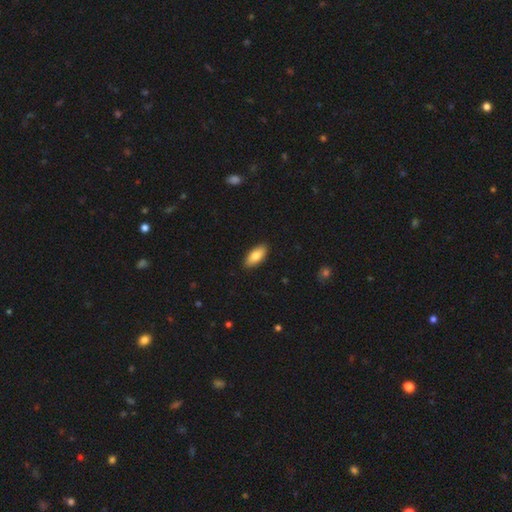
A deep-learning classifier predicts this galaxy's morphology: Smooth or featured: smooth — 80% (featured or disk — 13%)
How rounded: in between — 86% (cigar-shaped — 11%)
Merging: none — 90% (minor disturbance — 8%)